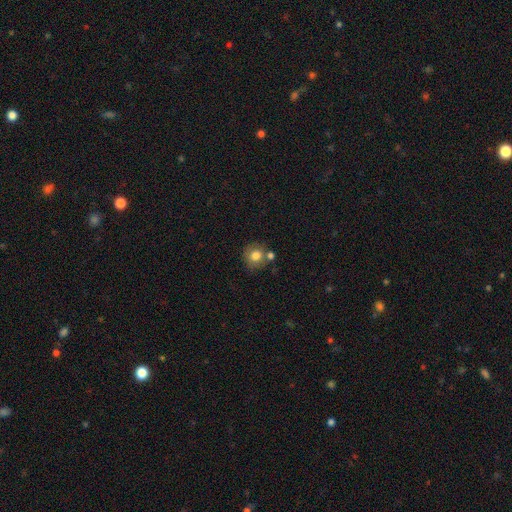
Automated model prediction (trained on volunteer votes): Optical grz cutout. It shows a smooth galaxy with no disk features (80%) that is round (86%). Merging: none (66%).